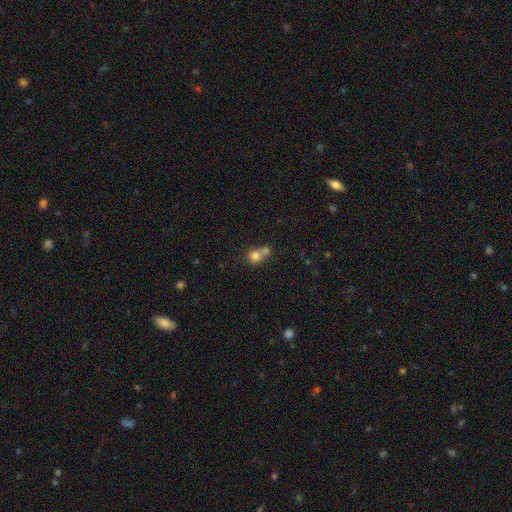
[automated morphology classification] Smooth or featured: smooth — 76% (featured or disk — 13%)
How rounded: round — 80% (in between — 19%)
Merging: merger — 59% (none — 32%)